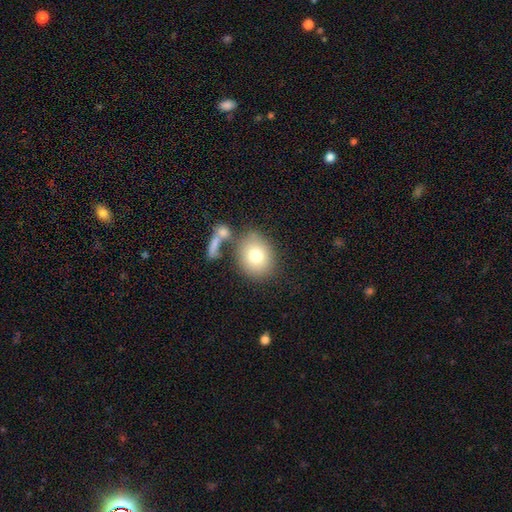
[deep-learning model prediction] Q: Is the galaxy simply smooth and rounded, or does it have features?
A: smooth — 76%.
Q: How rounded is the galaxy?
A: round — 63%.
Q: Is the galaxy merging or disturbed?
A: none — 66%.